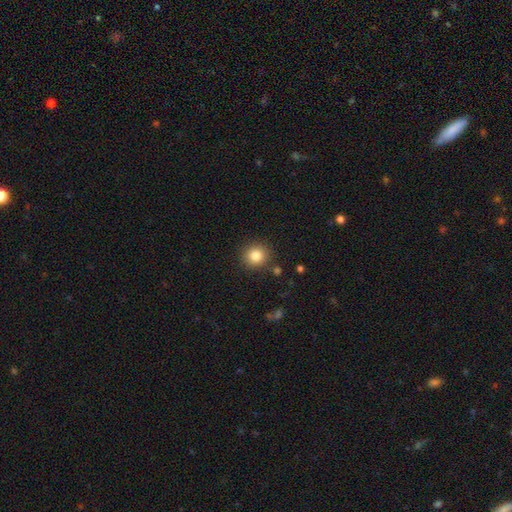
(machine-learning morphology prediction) This appears to be a smooth galaxy with no disk features (84%) that is round (90%). Merging: none (87%).